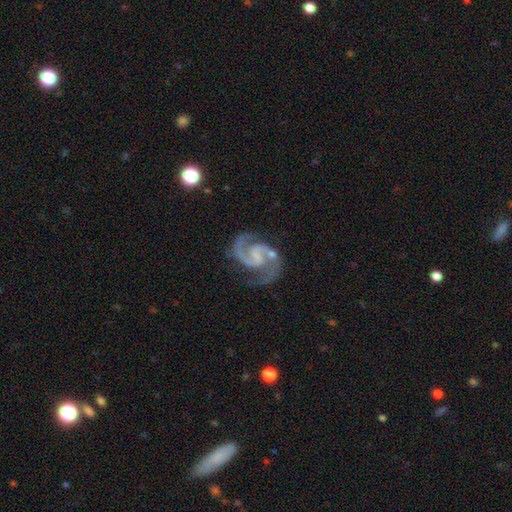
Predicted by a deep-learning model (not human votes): Smooth or featured? featured or disk (93%)
Edge-on disk? no (98%)
Bar? weak (49%)
Spiral arms? yes (98%)
Spiral winding? medium (64%)
Spiral arm count? 2 (93%)
Bulge size? none (50%)
Merging? none (70%)